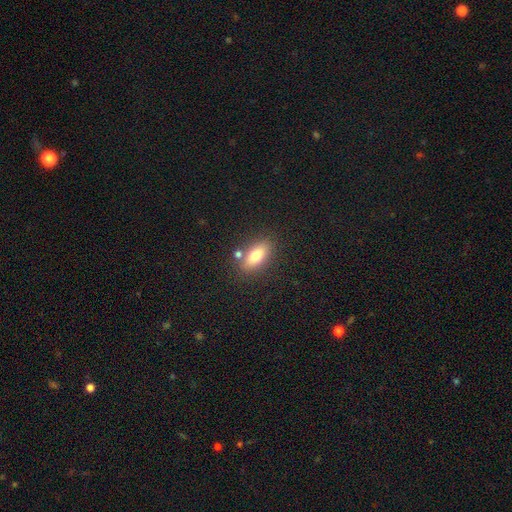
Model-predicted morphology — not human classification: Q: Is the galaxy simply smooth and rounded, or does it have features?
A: smooth — 75%.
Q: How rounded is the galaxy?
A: in between — 80%.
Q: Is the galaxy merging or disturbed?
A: none — 77%.